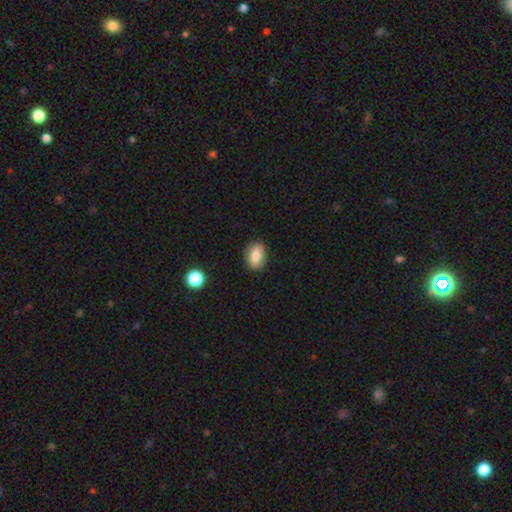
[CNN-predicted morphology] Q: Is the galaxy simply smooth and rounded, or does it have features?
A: smooth — 81%.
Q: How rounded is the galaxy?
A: in between — 78%.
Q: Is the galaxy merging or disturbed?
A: none — 86%.